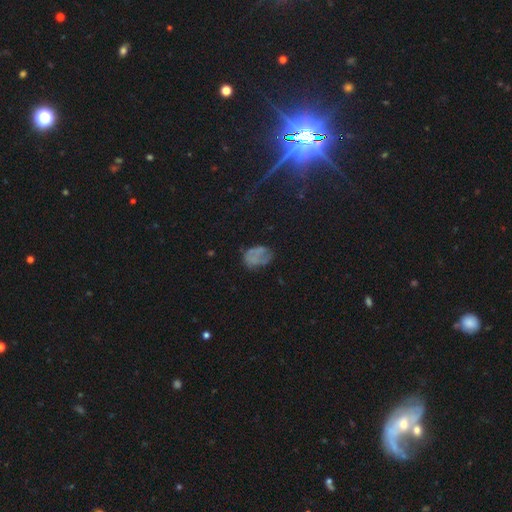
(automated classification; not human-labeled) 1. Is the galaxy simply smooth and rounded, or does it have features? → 49% smooth, 32% featured or disk, 18% star or artifact.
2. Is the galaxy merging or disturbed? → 49% none, 27% minor disturbance, 20% major disturbance, 4% merger.